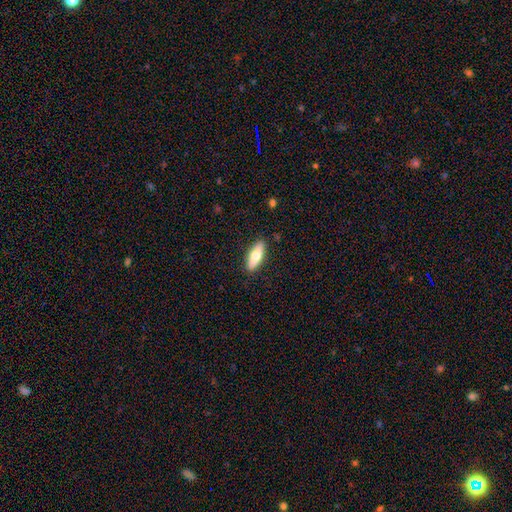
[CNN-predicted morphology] Smooth or featured? smooth (65%)
How rounded? in between (65%)
Merging? none (89%)